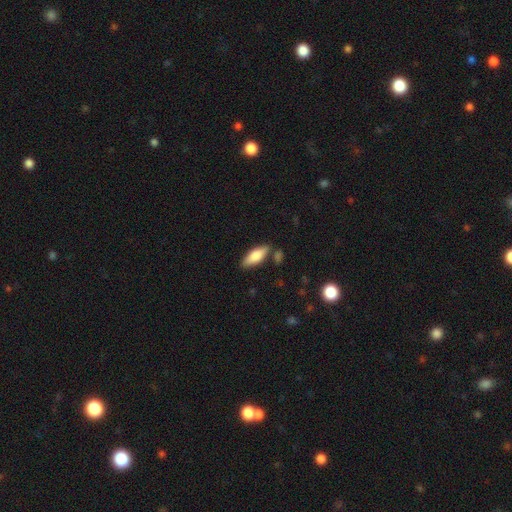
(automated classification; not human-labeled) A smooth galaxy with no disk features (76%) that is in between round and cigar-shaped (68%).

Vote fractions:
- Smooth or featured? smooth: 76% / featured or disk: 18% / star or artifact: 6%
- How rounded? in between: 68% / cigar-shaped: 30% / round: 2%
- Merging? none: 79% / minor disturbance: 13% / merger: 6% / major disturbance: 3%